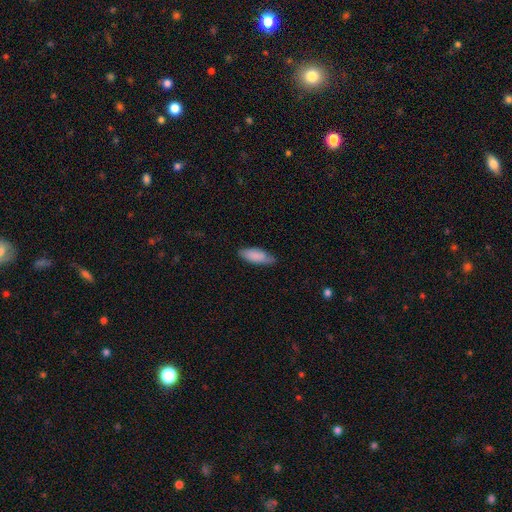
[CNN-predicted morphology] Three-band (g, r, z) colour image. It shows a smooth galaxy with no disk features (85%) that is in between round and cigar-shaped (75%). Merging: none (70%).